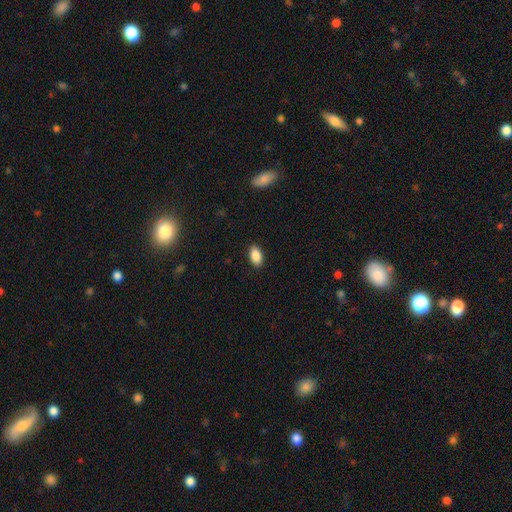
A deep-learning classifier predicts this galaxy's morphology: A smooth galaxy with no disk features (88%) that is in between round and cigar-shaped (93%).

Vote fractions:
- Smooth or featured? smooth: 88% / star or artifact: 8% / featured or disk: 4%
- How rounded? in between: 93% / round: 5% / cigar-shaped: 2%
- Merging? none: 89% / minor disturbance: 8% / major disturbance: 2% / merger: 1%